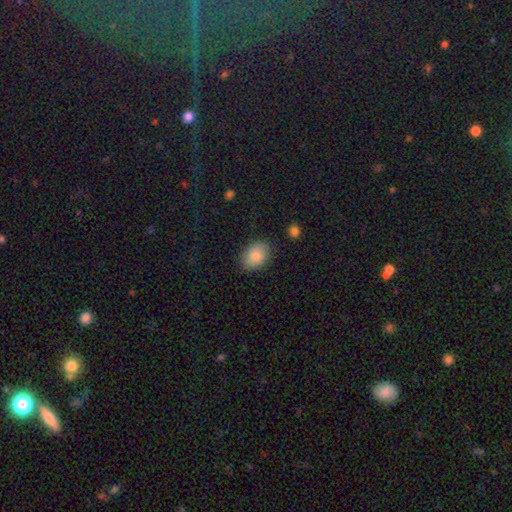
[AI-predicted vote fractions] smooth_or_featured: smooth (p=0.84) [alt: featured or disk p=0.09]
how_rounded: in between (p=0.74) [alt: round p=0.25]
merging: none (p=0.83) [alt: minor disturbance p=0.13]